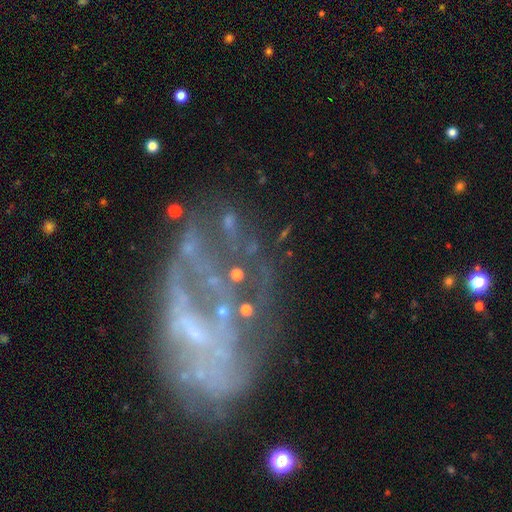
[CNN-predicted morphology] Smooth or featured?
  - featured or disk: 71% *
  - star or artifact: 15%
  - smooth: 14%
Edge-on disk?
  - no: 97% *
  - yes: 3%
Bar?
  - no: 60% *
  - weak: 28%
  - strong: 13%
Spiral arms?
  - no: 62% *
  - yes: 38%
Bulge size?
  - none: 49% *
  - small: 39%
  - moderate: 10%
  - large: 2%
  - dominant: 1%
Merging?
  - major disturbance: 39% *
  - none: 34%
  - minor disturbance: 18%
  - merger: 8%